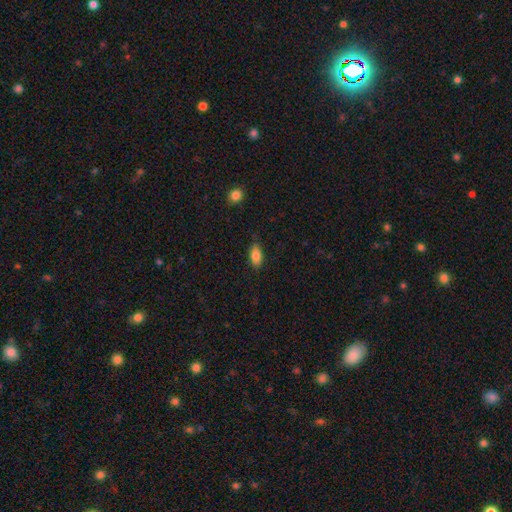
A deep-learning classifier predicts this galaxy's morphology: The model was most divided on "merging": none: 82%, minor disturbance: 14%, major disturbance: 3%, merger: 1%. More confident: how rounded — in between (89%); smooth or featured — smooth (84%).